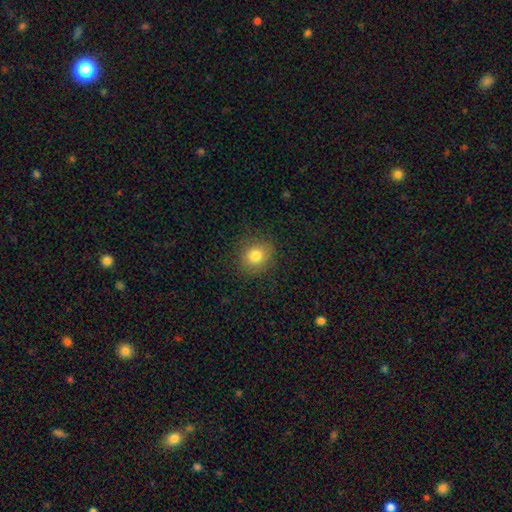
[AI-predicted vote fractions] smooth 80%, star or artifact 11%, featured or disk 9%. Down the decision tree: how rounded — round (76%); merging — none (85%).